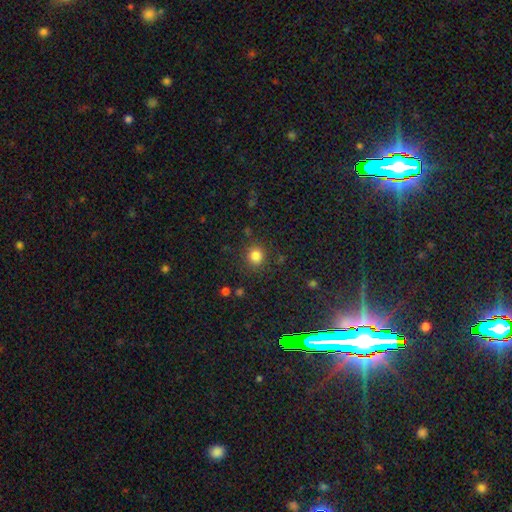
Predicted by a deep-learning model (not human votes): Smooth or featured? Predicted: smooth (p=0.82). How rounded? Predicted: round (p=0.90). Merging? Predicted: none (p=0.87).